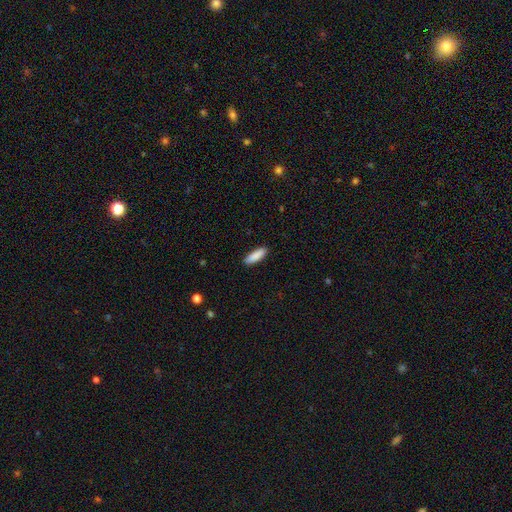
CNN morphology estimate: Overall: smooth (90%). How rounded: cigar-shaped (50%; in between 48%). Merging: none (90%).